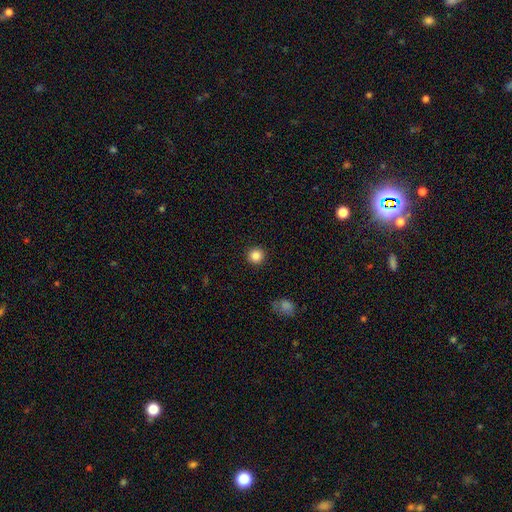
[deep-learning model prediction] Smooth or featured? smooth (86%)
How rounded? round (94%)
Merging? none (92%)